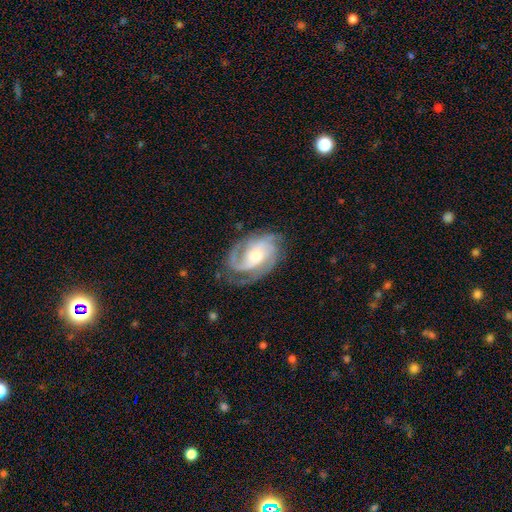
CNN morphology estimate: Overall: featured or disk (89%). Edge-on disk: no (97%). Bar: no (57%; weak 34%). Spiral arms: yes (98%). Spiral arm count: 3 (40%; 2 31%). Spiral winding: tight (45%; medium 44%). Bulge size: moderate (57%; small 31%). Merging: none (72%).